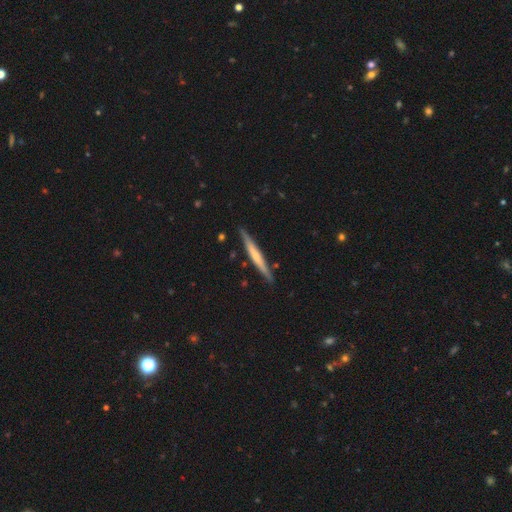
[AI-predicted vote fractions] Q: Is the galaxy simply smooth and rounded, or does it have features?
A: featured or disk — 52%.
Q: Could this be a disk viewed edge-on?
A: yes — 96%.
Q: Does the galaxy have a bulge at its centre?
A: none — 54%.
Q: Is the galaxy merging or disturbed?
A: none — 87%.